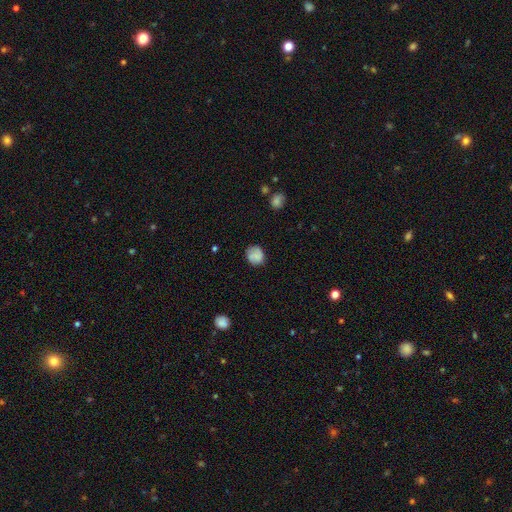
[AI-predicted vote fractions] This appears to be a smooth galaxy with no disk features (76%) that is round (73%). Merging: none (71%).